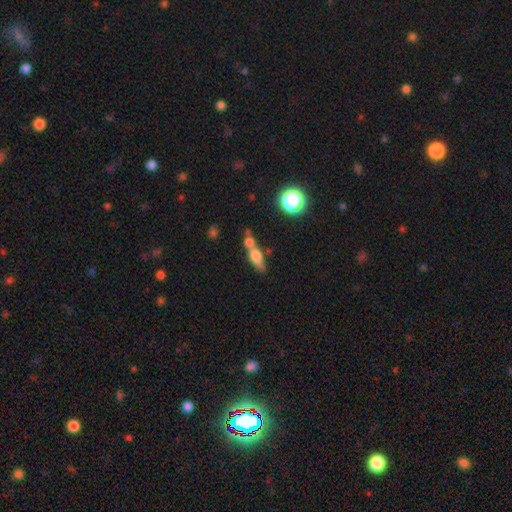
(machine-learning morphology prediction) smooth 63%, featured or disk 25%, star or artifact 12%. Down the decision tree: how rounded — in between (50%); merging — merger (50%).